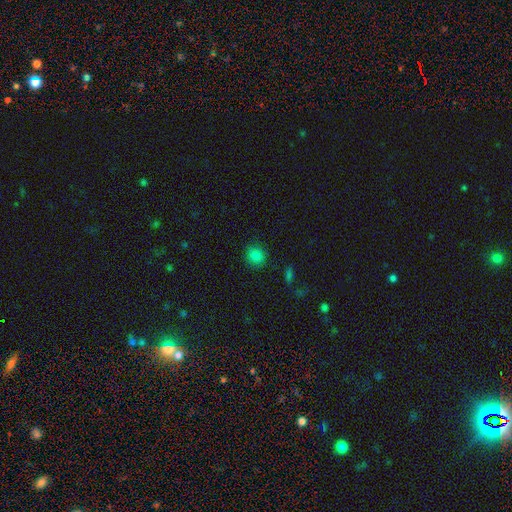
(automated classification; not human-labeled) A smooth galaxy with no disk features (83%) that is round (80%). Merging: none (87%).